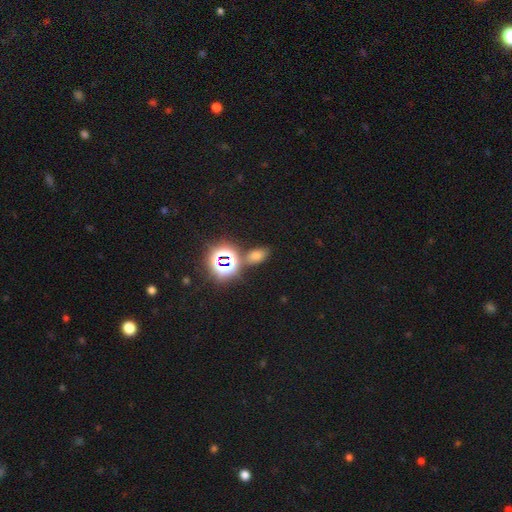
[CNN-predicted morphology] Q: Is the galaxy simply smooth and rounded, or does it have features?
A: smooth — 57%.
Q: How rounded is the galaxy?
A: in between — 84%.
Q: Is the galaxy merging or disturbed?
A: none — 75%.